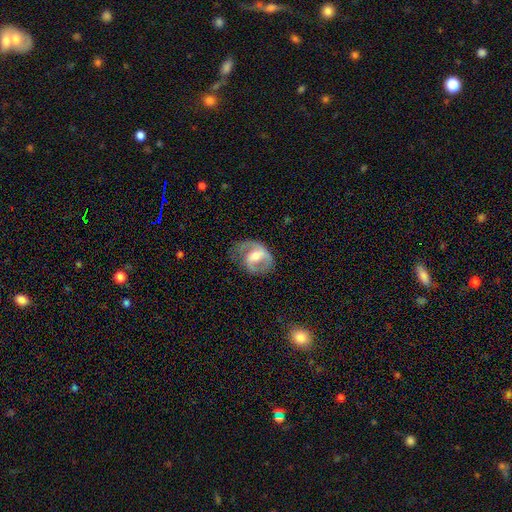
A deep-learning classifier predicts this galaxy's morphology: type=featured or disk (69%); edge-on=no (96%); bar=weak (43%); spiral arms=yes (76%); winding=medium (46%); arm count=2 (63%); bulge=moderate (58%); merging=none (47%).